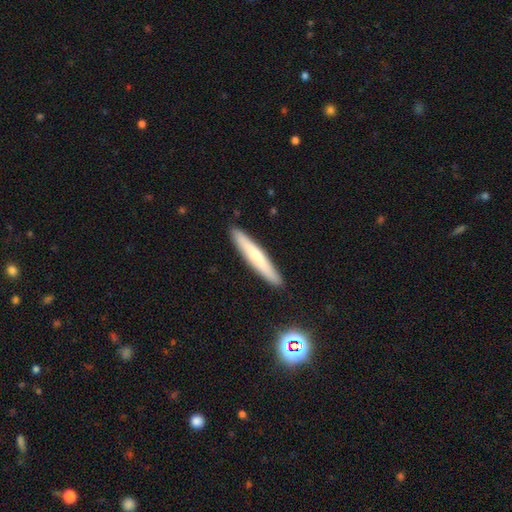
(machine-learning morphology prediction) smooth 48%, featured or disk 42%, star or artifact 10%. Down the decision tree: merging — none (89%).